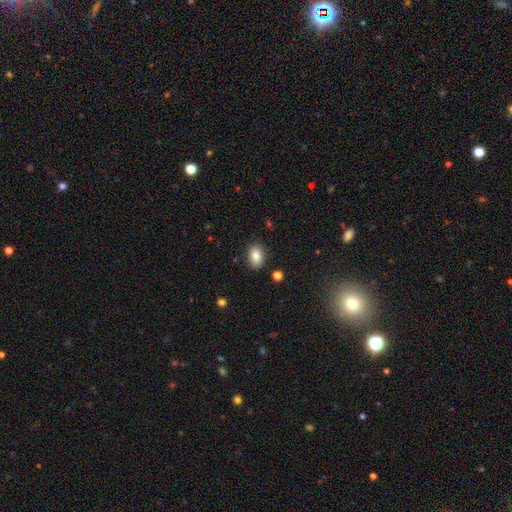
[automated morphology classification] smooth-or-featured: smooth: 84% | star or artifact: 9% | featured or disk: 7%
  how-rounded: in between: 79% | round: 20% | cigar-shaped: 1%
  merging: none: 86% | minor disturbance: 10% | major disturbance: 2% | merger: 2%